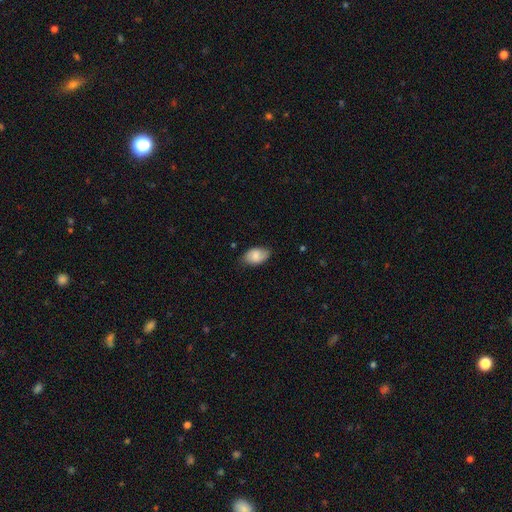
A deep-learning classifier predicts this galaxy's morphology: Smooth or featured?
  - smooth: 77% *
  - featured or disk: 16%
  - star or artifact: 7%
How rounded?
  - in between: 92% *
  - round: 6%
  - cigar-shaped: 1%
Merging?
  - none: 75% *
  - minor disturbance: 21%
  - major disturbance: 4%
  - merger: 1%